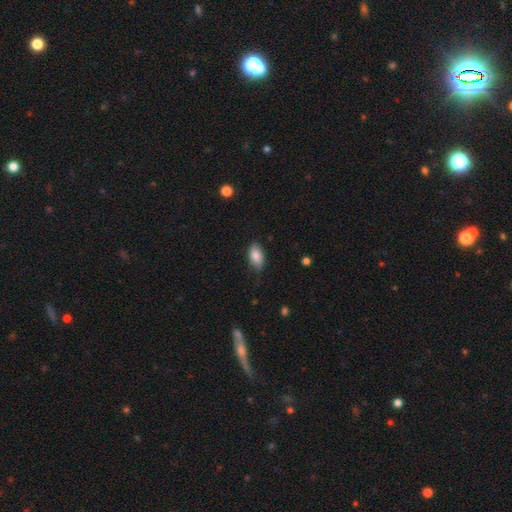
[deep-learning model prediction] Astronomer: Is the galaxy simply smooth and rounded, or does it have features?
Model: smooth — 85%.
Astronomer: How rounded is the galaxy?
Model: in between — 93%.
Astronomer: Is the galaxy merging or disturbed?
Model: none — 76%.